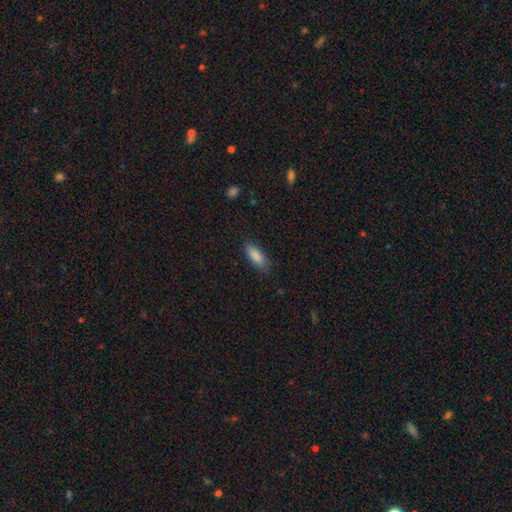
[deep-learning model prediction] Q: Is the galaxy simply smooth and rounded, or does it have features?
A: smooth — 88%.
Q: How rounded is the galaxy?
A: in between — 70%.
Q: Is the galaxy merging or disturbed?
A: none — 80%.